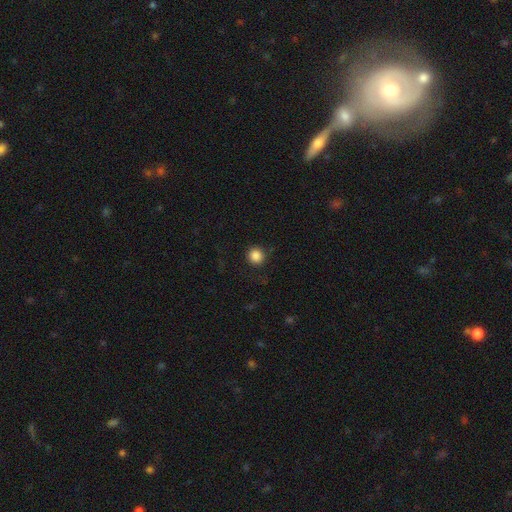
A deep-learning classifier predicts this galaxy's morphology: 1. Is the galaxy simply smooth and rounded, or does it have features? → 86% smooth, 11% star or artifact, 4% featured or disk.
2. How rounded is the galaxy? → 92% round, 7% in between, 1% cigar-shaped.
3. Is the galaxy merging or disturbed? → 89% none, 8% minor disturbance, 3% major disturbance, 1% merger.